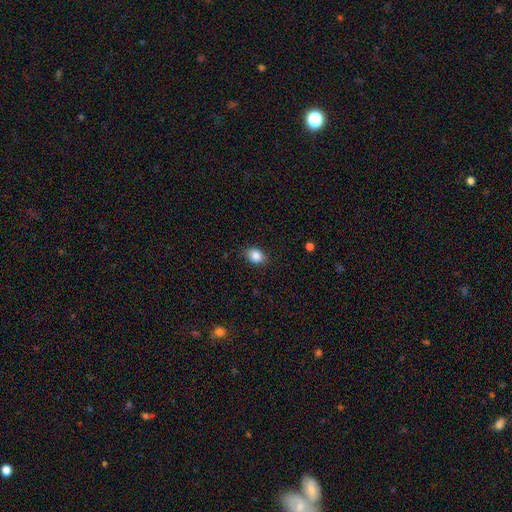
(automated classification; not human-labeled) Q: Smooth or featured?
A: smooth (86%); runner-up: star or artifact (9%)
Q: How rounded?
A: in between (69%); runner-up: round (30%)
Q: Merging?
A: none (84%); runner-up: minor disturbance (13%)